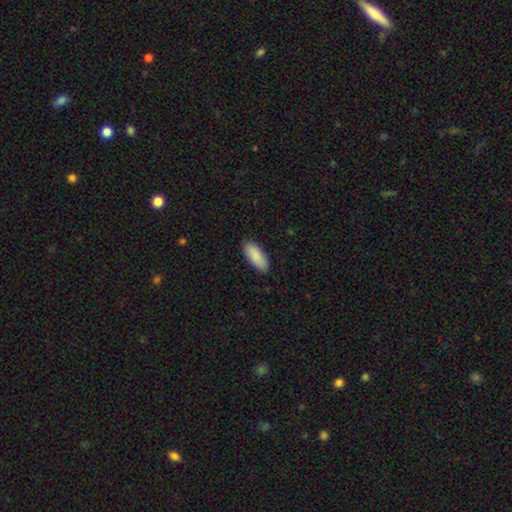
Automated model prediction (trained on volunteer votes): Q: Smooth or featured?
A: smooth (90%); runner-up: star or artifact (5%)
Q: How rounded?
A: in between (79%); runner-up: cigar-shaped (20%)
Q: Merging?
A: none (88%); runner-up: minor disturbance (9%)